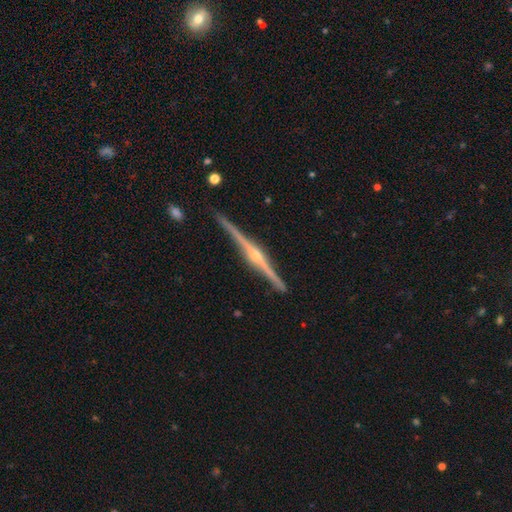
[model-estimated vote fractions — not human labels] This appears to be a featured or disk galaxy (91%) viewed edge-on (99%) with a rounded central bulge (86%). Merging: none (91%).